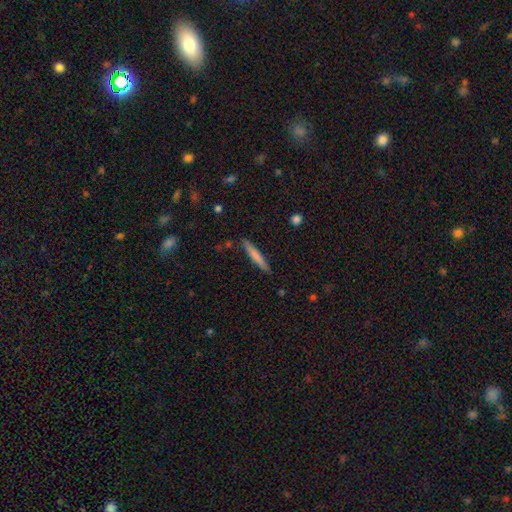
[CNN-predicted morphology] This is likely a smooth galaxy (70%). How rounded: clearly cigar-shaped (94%). Merging: clearly none (89%).